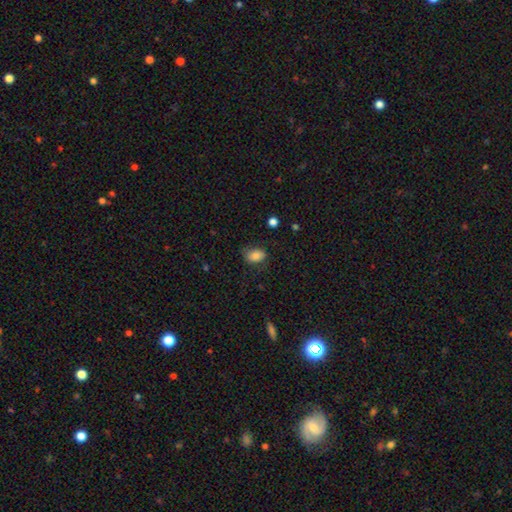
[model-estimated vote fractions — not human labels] smooth_or_featured: smooth (p=0.79) [alt: featured or disk p=0.13]
how_rounded: in between (p=0.82) [alt: round p=0.17]
merging: none (p=0.70) [alt: minor disturbance p=0.21]